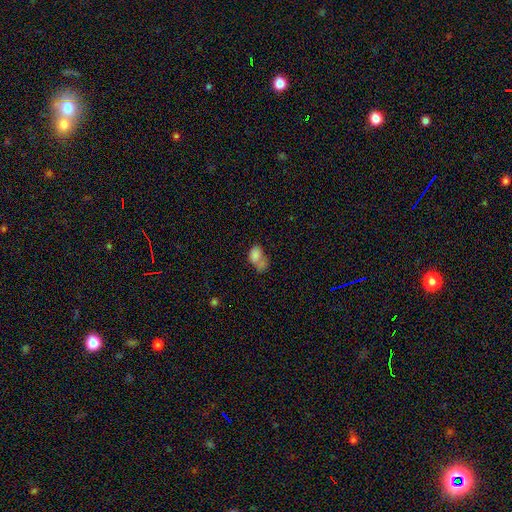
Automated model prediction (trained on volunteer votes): A smooth galaxy with no disk features (76%) that is in between round and cigar-shaped (85%). Merging: merger (36%).